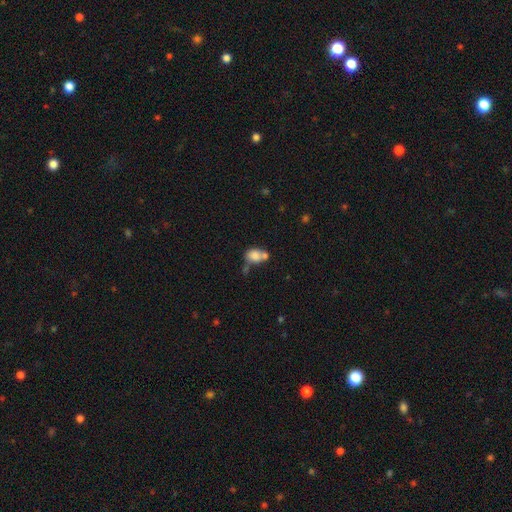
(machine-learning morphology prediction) A smooth galaxy with no disk features (77%) that is in between round and cigar-shaped (64%).

Vote fractions:
- Smooth or featured? smooth: 77% / featured or disk: 13% / star or artifact: 10%
- How rounded? in between: 64% / round: 34% / cigar-shaped: 2%
- Merging? merger: 51% / none: 28% / minor disturbance: 13% / major disturbance: 8%